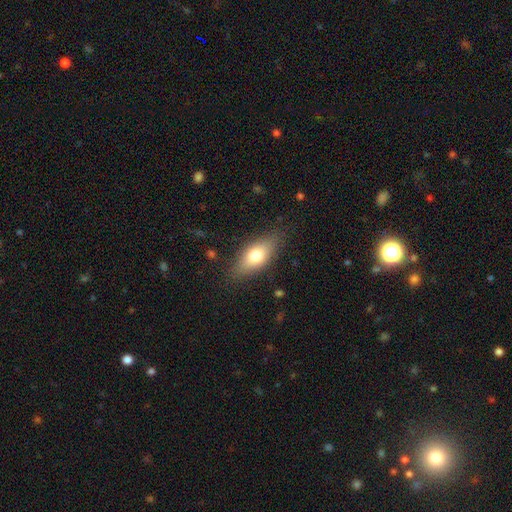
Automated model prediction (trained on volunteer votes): Smooth or featured? smooth (71%)
How rounded? in between (80%)
Merging? none (81%)